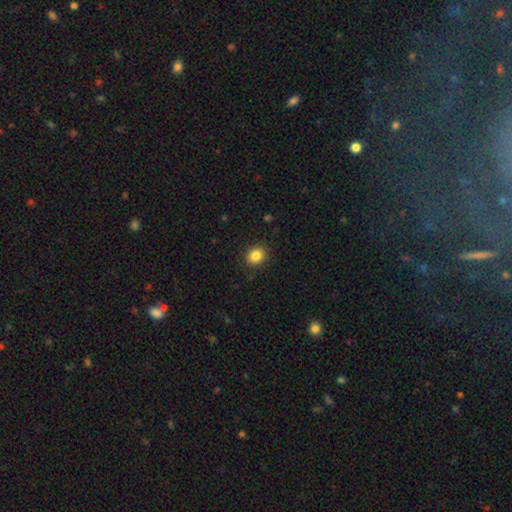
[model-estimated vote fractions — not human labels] smooth_or_featured: smooth (p=0.86) [alt: star or artifact p=0.10]
how_rounded: round (p=0.62) [alt: in between p=0.38]
merging: none (p=0.89) [alt: minor disturbance p=0.08]